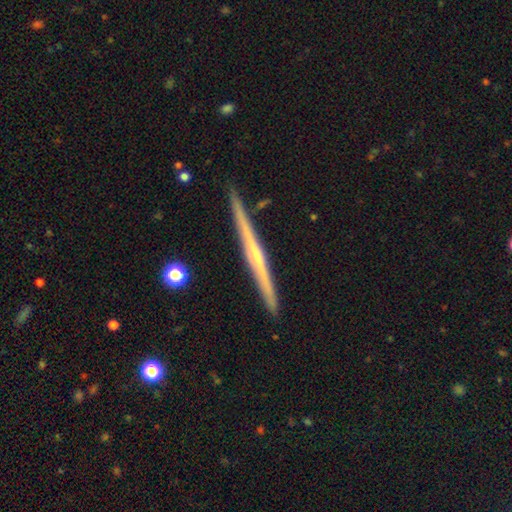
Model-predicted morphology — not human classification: This appears to be a featured or disk galaxy (74%) viewed edge-on (98%) with no central bulge (50%). Merging: none (91%).